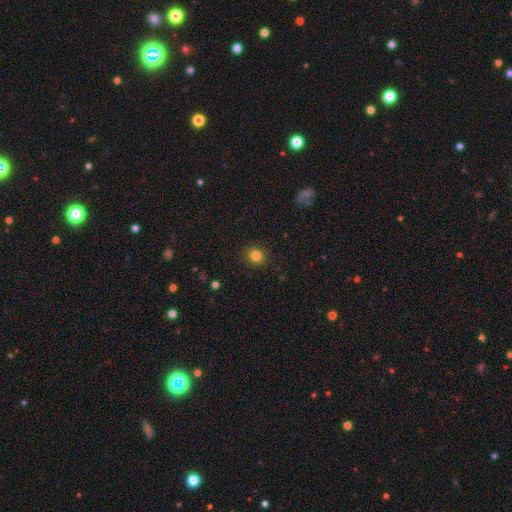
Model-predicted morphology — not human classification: Q: Smooth or featured?
A: smooth (82%); runner-up: star or artifact (13%)
Q: How rounded?
A: round (89%); runner-up: in between (10%)
Q: Merging?
A: none (91%); runner-up: minor disturbance (6%)